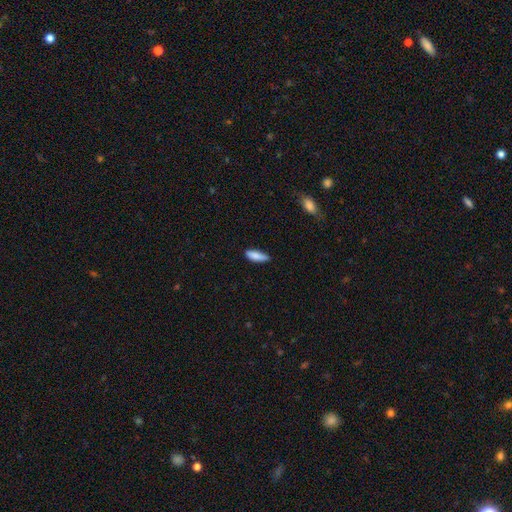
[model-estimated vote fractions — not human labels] A smooth galaxy with no disk features (85%) that is cigar-shaped (50%).

Vote fractions:
- Smooth or featured? smooth: 85% / featured or disk: 9% / star or artifact: 6%
- How rounded? cigar-shaped: 50% / in between: 49% / round: 2%
- Merging? none: 72% / minor disturbance: 22% / major disturbance: 3% / merger: 2%